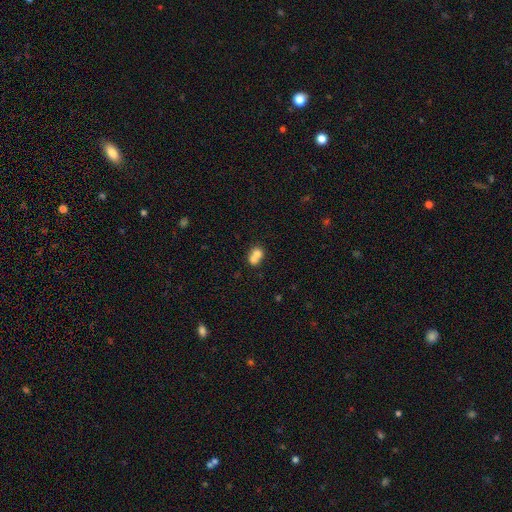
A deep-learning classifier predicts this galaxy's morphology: This is likely a smooth galaxy (73%). How rounded: possibly in between (53%). Merging: likely merger (63%).